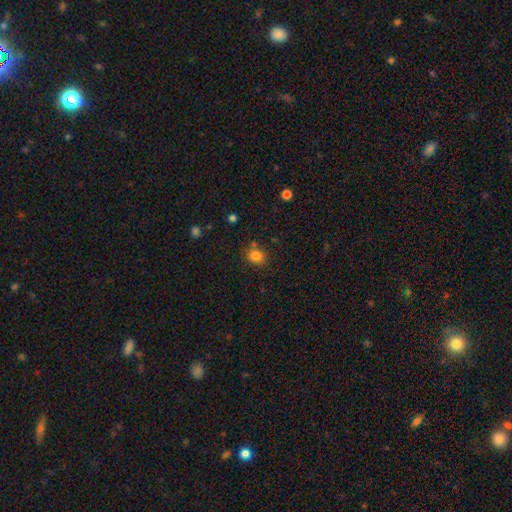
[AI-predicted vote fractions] Morphology: type=smooth (81%); roundness=round (72%); merging=none (77%).